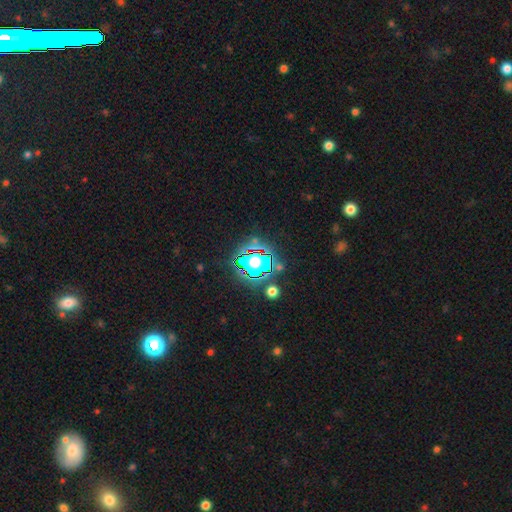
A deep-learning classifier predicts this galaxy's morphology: The model was most divided on "smooth or featured": star or artifact: 77%, smooth: 14%, featured or disk: 8%.